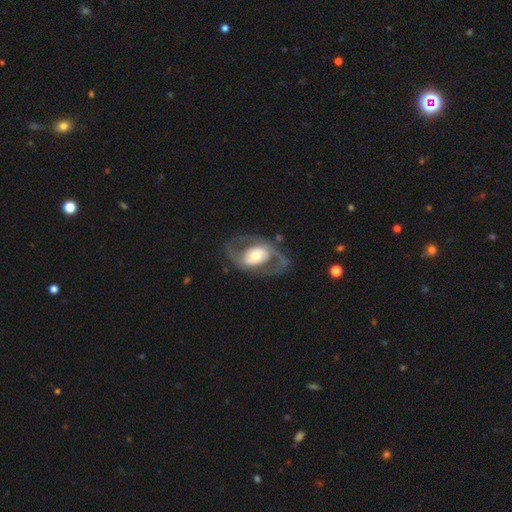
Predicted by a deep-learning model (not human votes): Q: Smooth or featured?
A: featured or disk (77%); runner-up: smooth (18%)
Q: Edge-on disk?
A: no (95%); runner-up: yes (5%)
Q: Bar?
A: no (56%); runner-up: weak (28%)
Q: Spiral arms?
A: yes (72%); runner-up: no (28%)
Q: Spiral winding?
A: medium (52%); runner-up: loose (29%)
Q: Spiral arm count?
A: 2 (87%); runner-up: can't tell (7%)
Q: Bulge size?
A: moderate (58%); runner-up: large (24%)
Q: Merging?
A: none (68%); runner-up: major disturbance (16%)